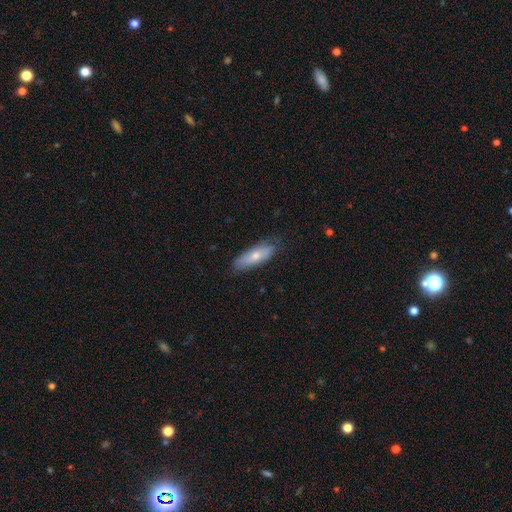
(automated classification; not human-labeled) Q: Smooth or featured?
A: smooth (65%); runner-up: featured or disk (30%)
Q: How rounded?
A: in between (64%); runner-up: cigar-shaped (34%)
Q: Merging?
A: none (76%); runner-up: minor disturbance (19%)